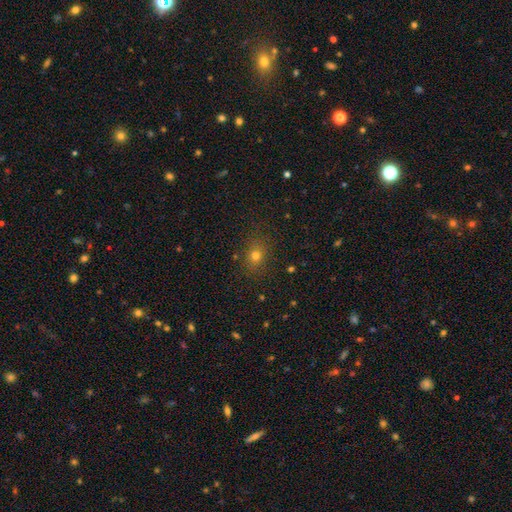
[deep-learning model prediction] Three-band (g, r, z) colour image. It shows a smooth galaxy with no disk features (72%) that is round (65%). Merging: none (85%).